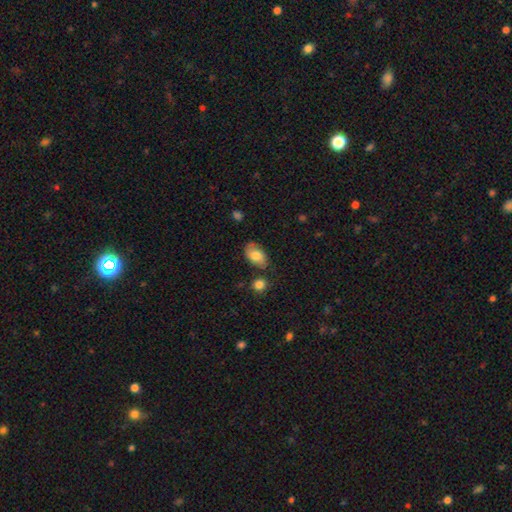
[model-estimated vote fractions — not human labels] Q: Smooth or featured?
A: smooth (77%); runner-up: featured or disk (16%)
Q: How rounded?
A: in between (91%); runner-up: round (8%)
Q: Merging?
A: none (67%); runner-up: minor disturbance (22%)